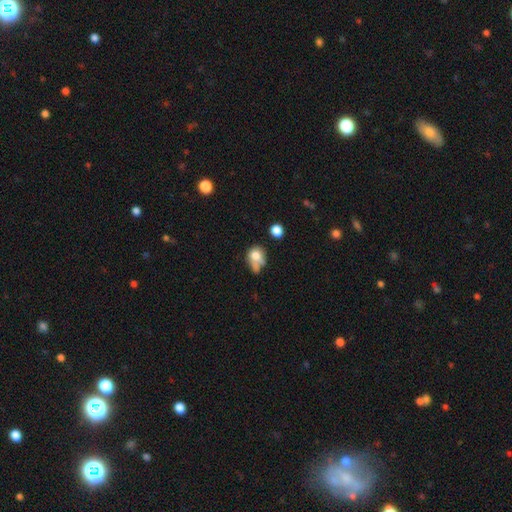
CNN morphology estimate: type=smooth (72%); roundness=round (54%); merging=none (31%).